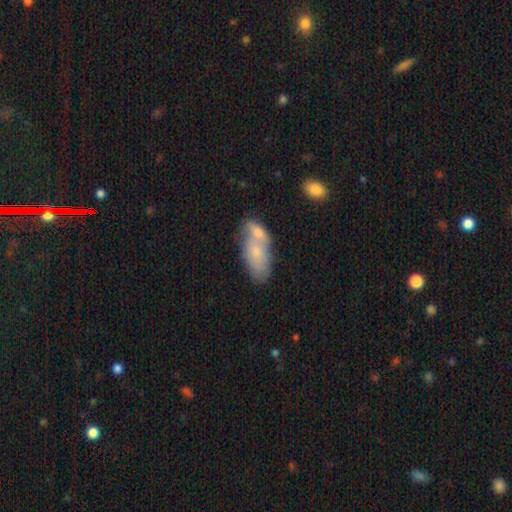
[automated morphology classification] type=smooth (69%); roundness=in between (89%); merging=merger (58%).